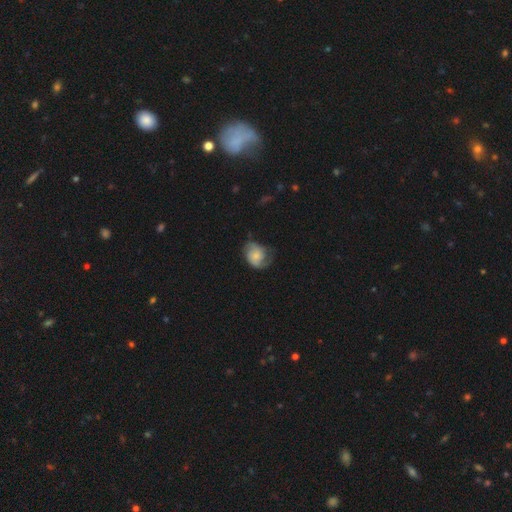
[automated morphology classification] type=smooth (51%); roundness=in between (51%); merging=none (44%).